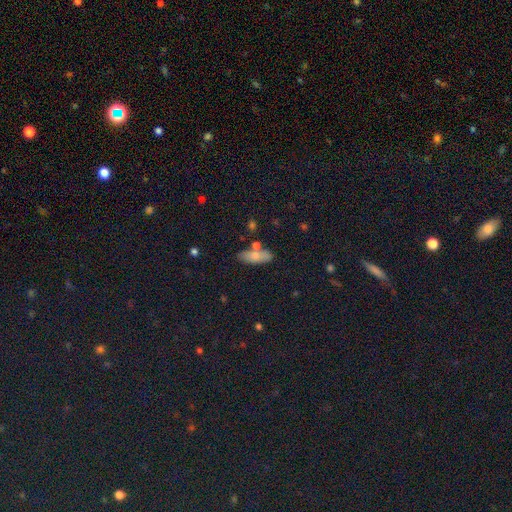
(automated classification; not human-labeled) This appears to be a smooth galaxy with no disk features (78%) that is in between round and cigar-shaped (69%). Merging: none (71%).